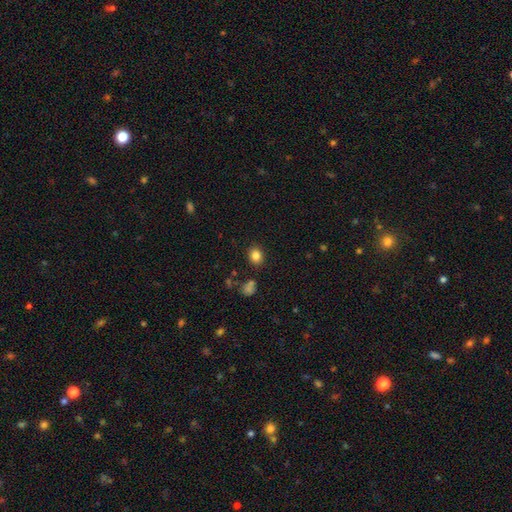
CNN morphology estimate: Smooth or featured? Predicted: smooth (p=0.83). How rounded? Predicted: round (p=0.64). Merging? Predicted: none (p=0.86).